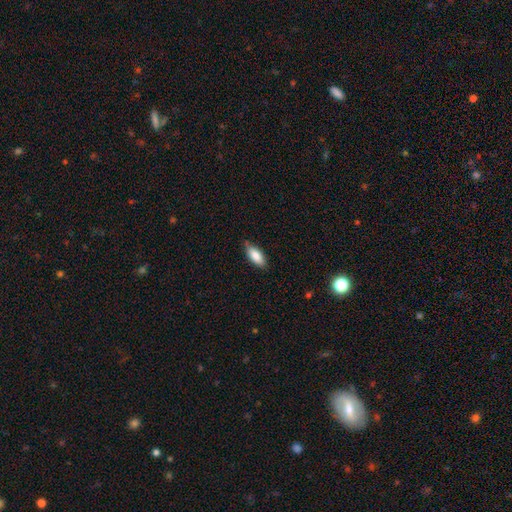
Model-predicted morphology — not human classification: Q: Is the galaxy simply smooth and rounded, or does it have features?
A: smooth — 85%.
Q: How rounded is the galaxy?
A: in between — 80%.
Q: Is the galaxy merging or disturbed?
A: none — 77%.